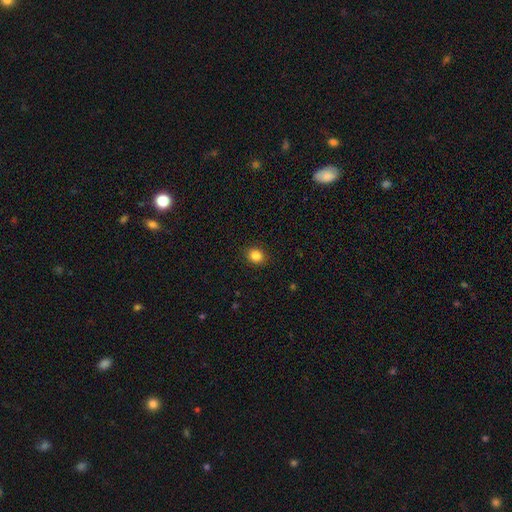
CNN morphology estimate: smooth 84%, star or artifact 11%, featured or disk 5%. Down the decision tree: how rounded — round (74%); merging — none (91%).